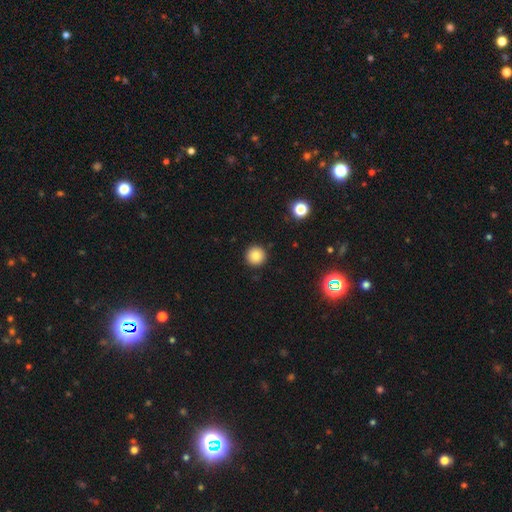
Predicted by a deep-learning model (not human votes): Morphology: type=smooth (83%); roundness=round (96%); merging=none (92%).